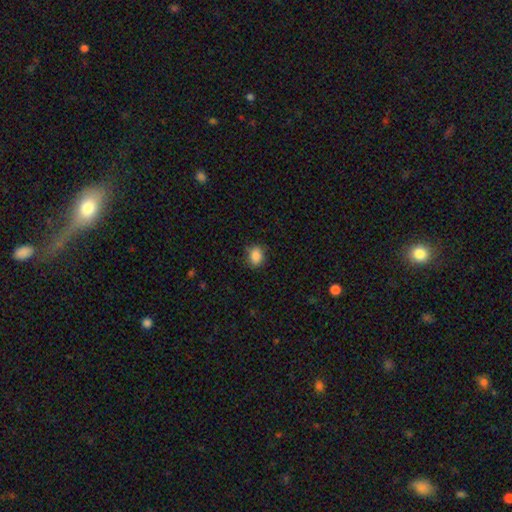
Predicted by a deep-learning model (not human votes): The model was most divided on "how rounded": in between: 60%, round: 39%, cigar-shaped: 1%. More confident: smooth or featured — smooth (88%); merging — none (82%).